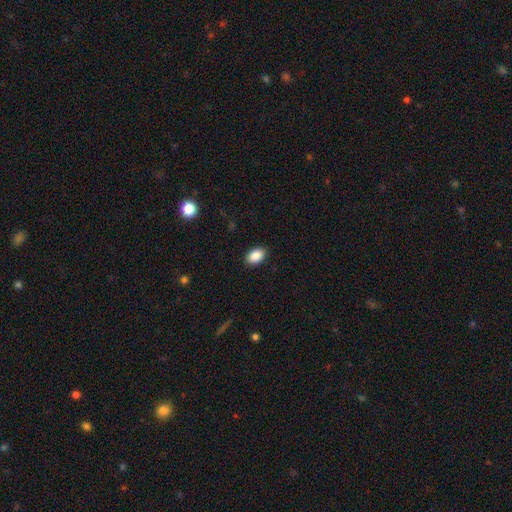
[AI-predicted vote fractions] smooth-or-featured: smooth: 88% | star or artifact: 8% | featured or disk: 4%
  how-rounded: in between: 87% | round: 12% | cigar-shaped: 1%
  merging: none: 89% | minor disturbance: 8% | major disturbance: 2% | merger: 1%